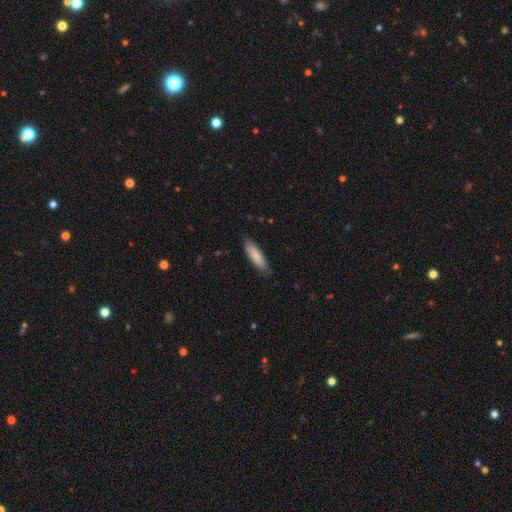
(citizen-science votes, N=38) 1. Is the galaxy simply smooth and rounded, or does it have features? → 84% smooth, 11% star or artifact, 5% featured or disk.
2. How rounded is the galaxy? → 59% cigar-shaped, 41% in between, 0% round.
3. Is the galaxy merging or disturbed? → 79% none, 21% minor disturbance, 0% major disturbance, 0% merger.